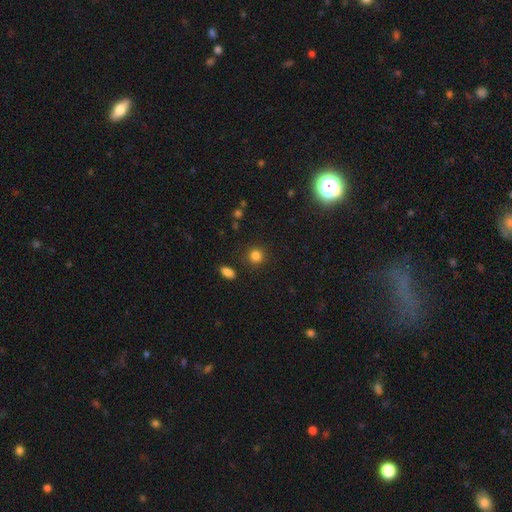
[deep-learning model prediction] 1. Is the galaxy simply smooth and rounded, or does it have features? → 83% smooth, 13% star or artifact, 4% featured or disk.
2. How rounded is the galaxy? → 89% round, 10% in between, 1% cigar-shaped.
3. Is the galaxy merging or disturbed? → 87% none, 7% minor disturbance, 3% major disturbance, 2% merger.